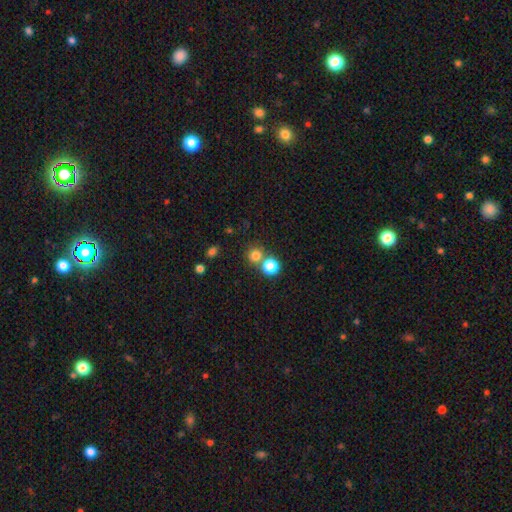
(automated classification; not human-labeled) The model was most divided on "merging": none: 63%, merger: 27%, minor disturbance: 6%, major disturbance: 3%. More confident: how rounded — round (90%); smooth or featured — smooth (77%).